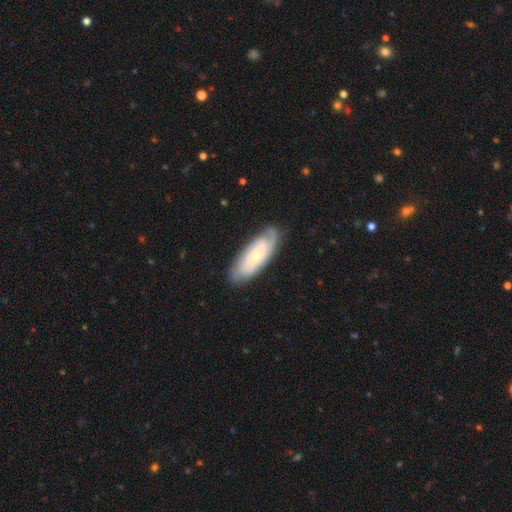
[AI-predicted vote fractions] Smooth or featured: featured or disk — 64% (smooth — 30%)
Edge-on disk: no — 87% (yes — 13%)
Bar: no — 79% (weak — 17%)
Spiral arms: yes — 86% (no — 14%)
Bulge size: small — 70% (moderate — 25%)
Merging: none — 76% (minor disturbance — 18%)